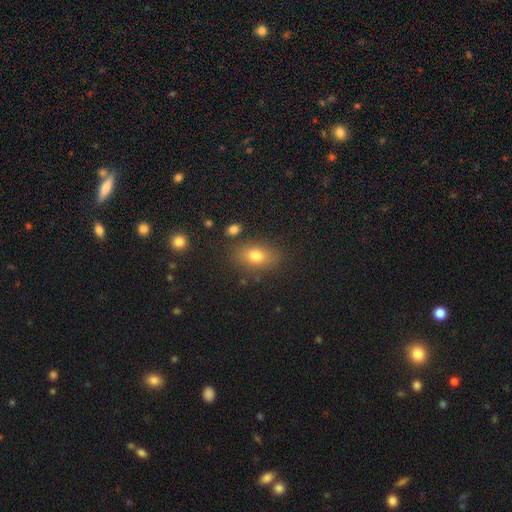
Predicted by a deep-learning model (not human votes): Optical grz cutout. It shows a smooth galaxy with no disk features (77%) that is in between round and cigar-shaped (79%). Merging: none (82%).